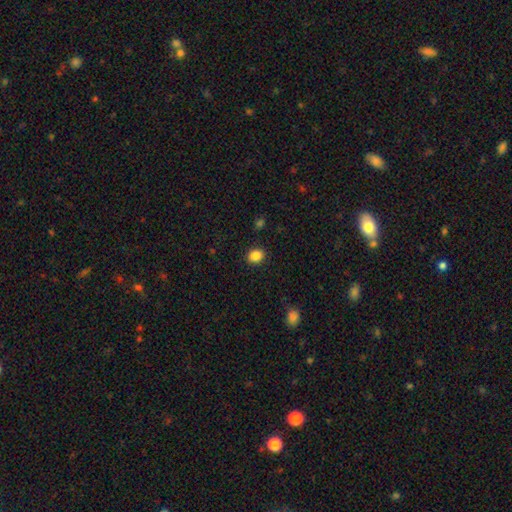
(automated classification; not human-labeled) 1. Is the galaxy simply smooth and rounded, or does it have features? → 86% smooth, 10% star or artifact, 4% featured or disk.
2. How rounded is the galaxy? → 50% round, 49% in between, 1% cigar-shaped.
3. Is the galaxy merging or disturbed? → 89% none, 7% minor disturbance, 2% major disturbance, 1% merger.